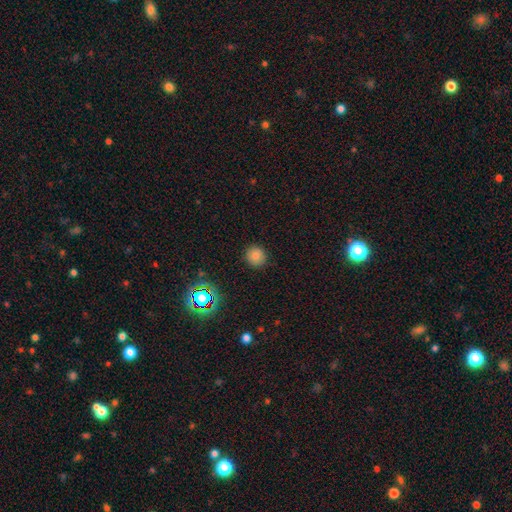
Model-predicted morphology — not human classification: type=smooth (78%); roundness=round (90%); merging=none (90%).